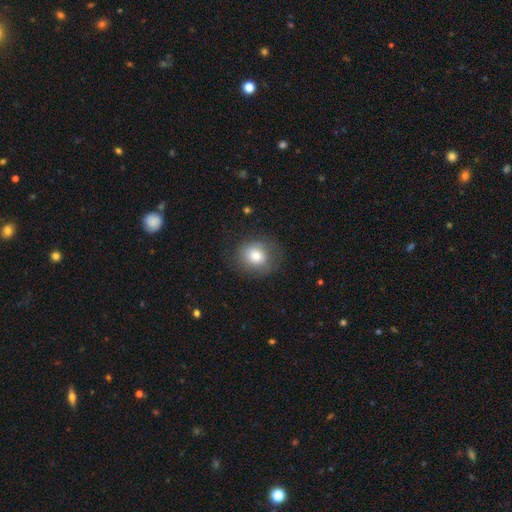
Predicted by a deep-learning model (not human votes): Q: Smooth or featured?
A: smooth (76%); runner-up: featured or disk (14%)
Q: How rounded?
A: round (75%); runner-up: in between (24%)
Q: Merging?
A: none (74%); runner-up: minor disturbance (17%)